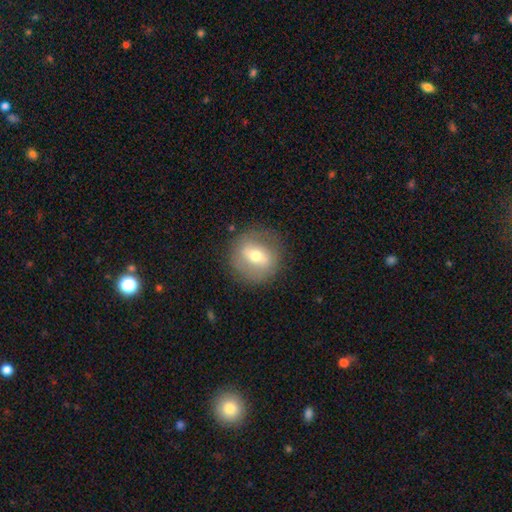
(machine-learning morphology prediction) Smooth or featured?
  - smooth: 48% *
  - featured or disk: 43%
  - star or artifact: 8%
Merging?
  - none: 82% *
  - minor disturbance: 12%
  - major disturbance: 5%
  - merger: 1%